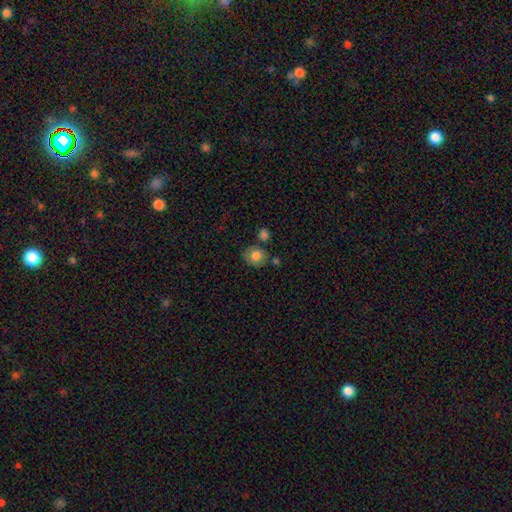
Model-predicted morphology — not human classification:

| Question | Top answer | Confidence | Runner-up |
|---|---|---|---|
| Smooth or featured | smooth | 77% | featured or disk (14%) |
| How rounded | round | 71% | in between (29%) |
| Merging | none | 71% | minor disturbance (15%) |